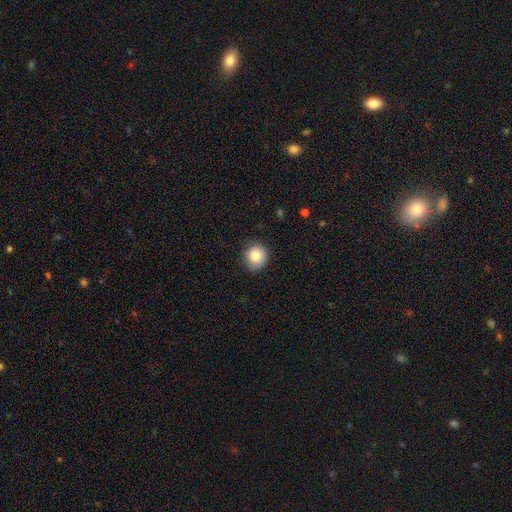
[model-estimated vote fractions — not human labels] Q: Smooth or featured?
A: smooth (83%); runner-up: star or artifact (9%)
Q: How rounded?
A: round (88%); runner-up: in between (11%)
Q: Merging?
A: none (83%); runner-up: minor disturbance (14%)